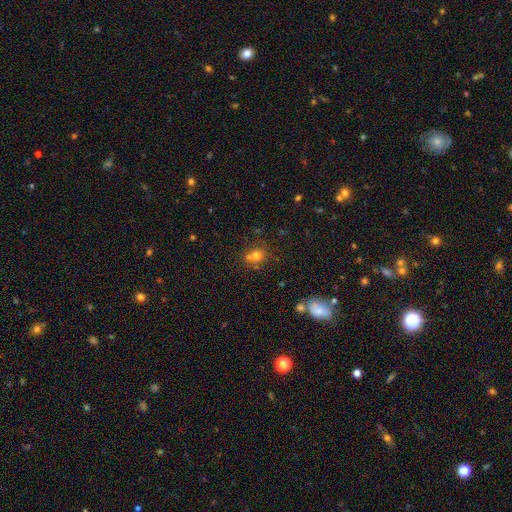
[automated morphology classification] smooth 69%, star or artifact 19%, featured or disk 12%. Down the decision tree: how rounded — round (74%); merging — none (54%).